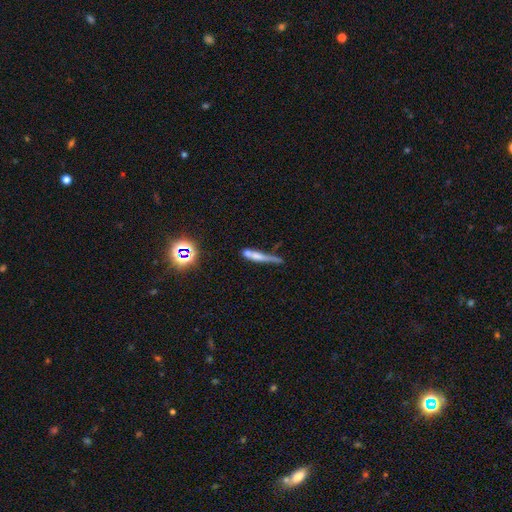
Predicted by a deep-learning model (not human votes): Overall: smooth (51%; featured or disk 37%). How rounded: cigar-shaped (88%). Merging: none (37%; minor disturbance 24%).